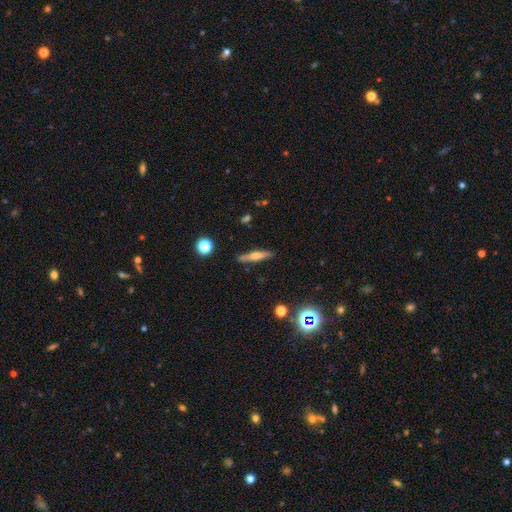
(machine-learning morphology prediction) The model was most divided on "smooth or featured": featured or disk: 49%, smooth: 42%, star or artifact: 9%. More confident: merging — none (87%).